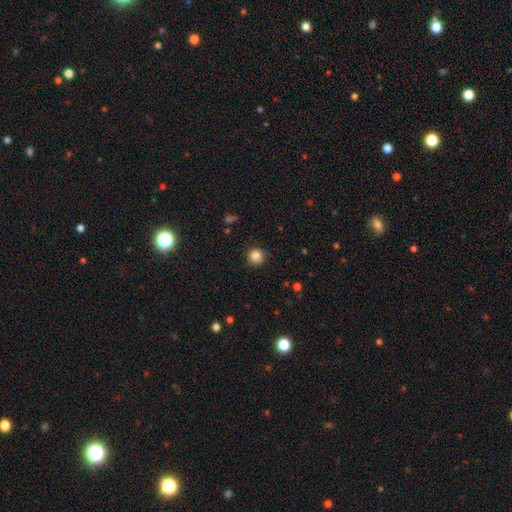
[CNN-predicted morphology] smooth_or_featured: smooth (p=0.84) [alt: star or artifact p=0.11]
how_rounded: round (p=0.94) [alt: in between p=0.05]
merging: none (p=0.89) [alt: minor disturbance p=0.08]